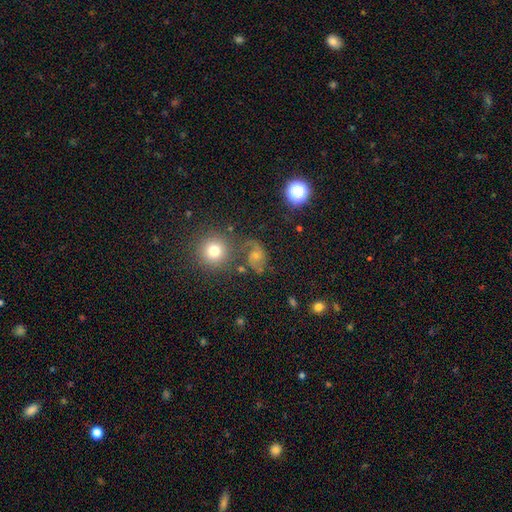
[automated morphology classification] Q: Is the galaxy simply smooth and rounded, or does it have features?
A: featured or disk — 46%.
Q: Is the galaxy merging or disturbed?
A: none — 58%.